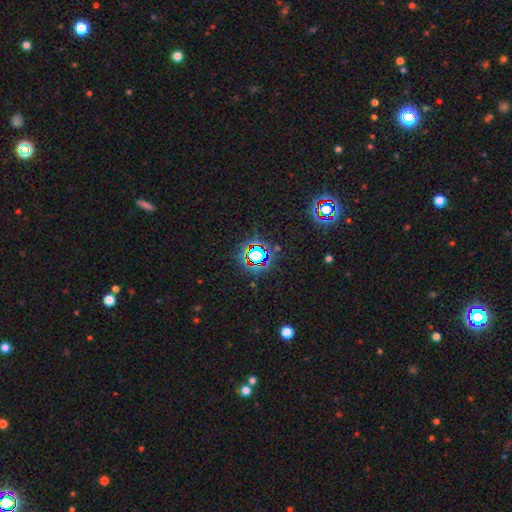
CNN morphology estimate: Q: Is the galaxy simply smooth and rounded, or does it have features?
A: star or artifact — 73%.